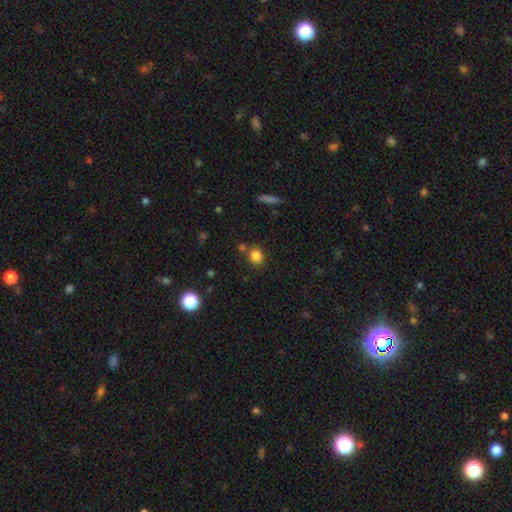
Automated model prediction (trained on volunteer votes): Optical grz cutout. It shows a smooth galaxy with no disk features (83%) that is round (73%). Merging: none (75%).